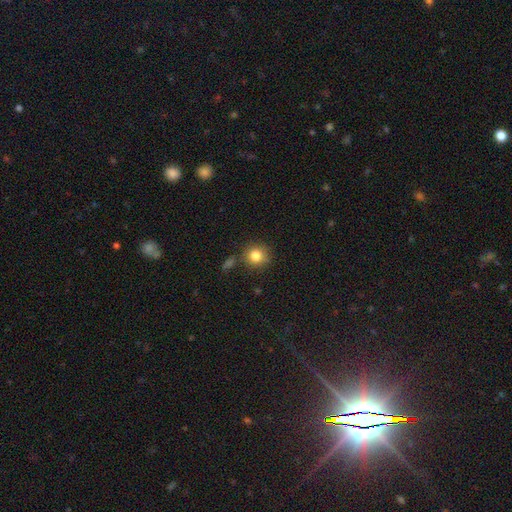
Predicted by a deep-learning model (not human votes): Smooth or featured: smooth — 82% (star or artifact — 11%)
How rounded: round — 89% (in between — 10%)
Merging: none — 79% (minor disturbance — 12%)